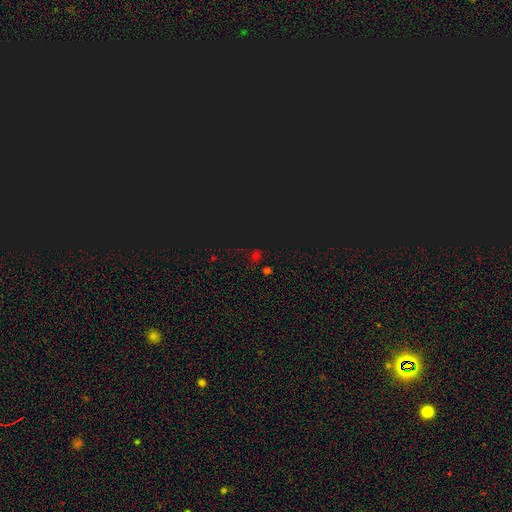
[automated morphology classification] Overall: star or artifact (65%; smooth 29%).